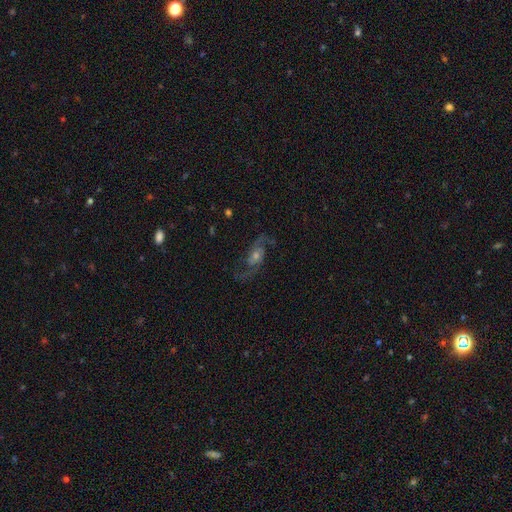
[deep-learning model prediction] A featured or disk galaxy (84%) with no bar (58%), 2 (92%) loose (50%) spiral arms (96%) and a moderate central bulge (46%). Merging: none (76%).